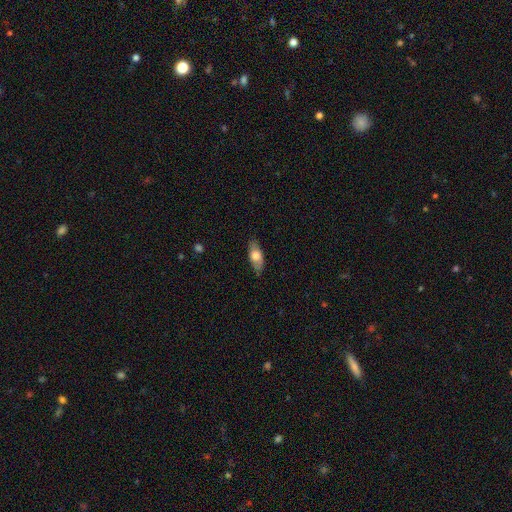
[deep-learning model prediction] The model was most divided on "smooth or featured": smooth: 65%, featured or disk: 29%, star or artifact: 6%. More confident: how rounded — in between (81%); merging — none (81%).